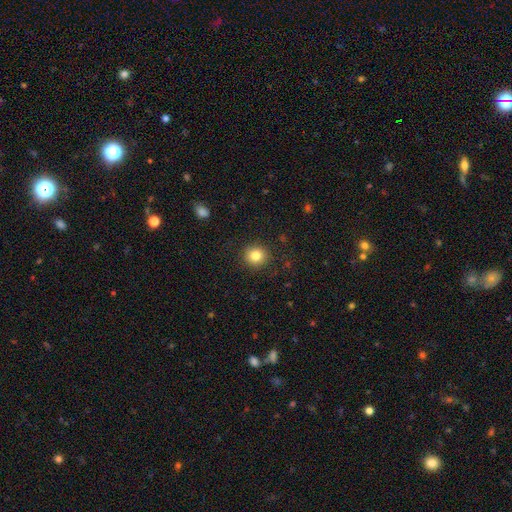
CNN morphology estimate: A smooth galaxy with no disk features (83%) that is round (90%). Merging: none (90%).